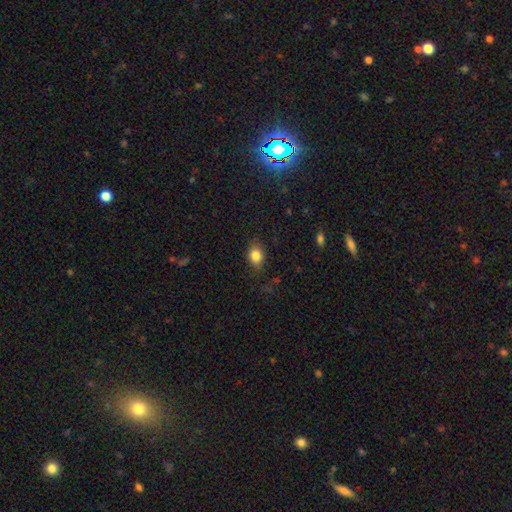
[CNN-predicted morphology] smooth 82%, star or artifact 9%, featured or disk 8%. Down the decision tree: how rounded — in between (65%); merging — none (79%).